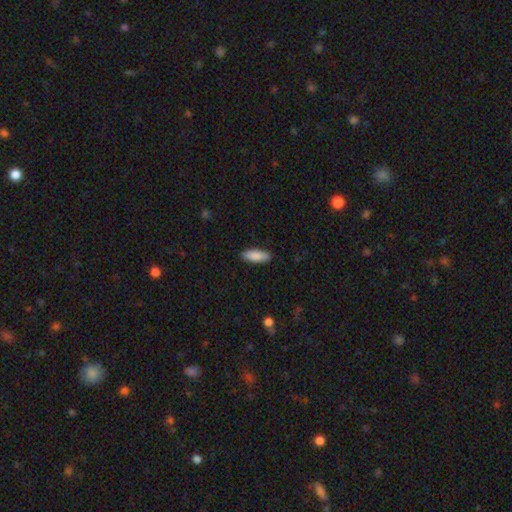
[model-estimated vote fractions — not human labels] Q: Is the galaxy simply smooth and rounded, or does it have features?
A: smooth — 88%.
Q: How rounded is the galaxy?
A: in between — 65%.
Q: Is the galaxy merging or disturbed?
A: none — 89%.